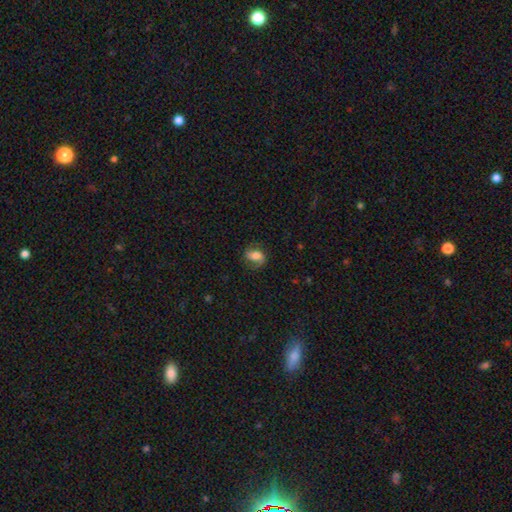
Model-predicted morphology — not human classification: Smooth or featured?
  - featured or disk: 50% *
  - smooth: 40%
  - star or artifact: 9%
Edge-on disk?
  - no: 96% *
  - yes: 4%
Merging?
  - none: 70% *
  - minor disturbance: 19%
  - major disturbance: 10%
  - merger: 1%